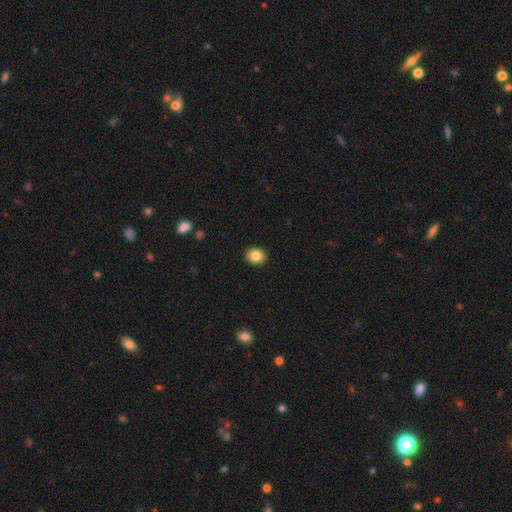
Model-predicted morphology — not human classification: type=smooth (84%); roundness=round (71%); merging=none (92%).